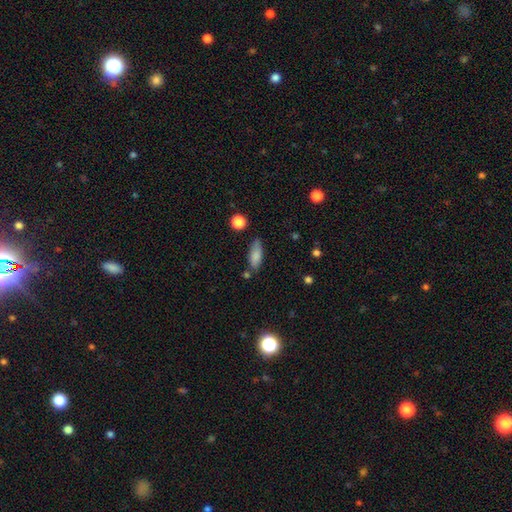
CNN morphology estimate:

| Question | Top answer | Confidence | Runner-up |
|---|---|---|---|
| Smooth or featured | smooth | 82% | featured or disk (10%) |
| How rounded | in between | 70% | cigar-shaped (27%) |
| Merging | none | 70% | minor disturbance (20%) |